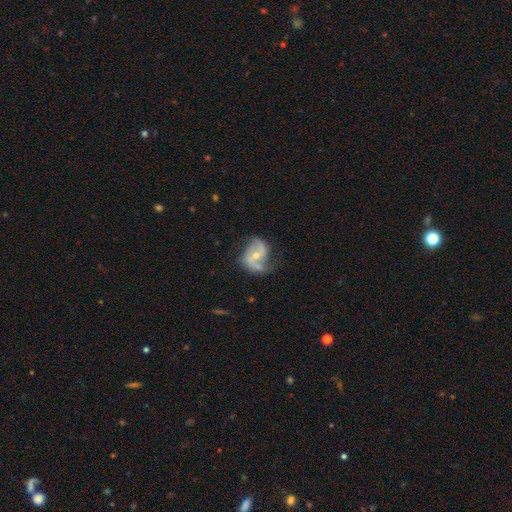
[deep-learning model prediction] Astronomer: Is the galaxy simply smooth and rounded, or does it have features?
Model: featured or disk — 84%.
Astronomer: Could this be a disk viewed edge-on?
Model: no — 98%.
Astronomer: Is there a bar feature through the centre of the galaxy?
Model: weak — 43% (runner-up: no, 38%).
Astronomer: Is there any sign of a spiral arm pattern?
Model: yes — 95%.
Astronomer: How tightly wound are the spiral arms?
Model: medium — 44% (runner-up: loose, 43%).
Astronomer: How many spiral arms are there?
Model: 2 — 86%.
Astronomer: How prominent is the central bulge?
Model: moderate — 53% (runner-up: small, 43%).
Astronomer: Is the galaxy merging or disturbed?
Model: none — 62%.